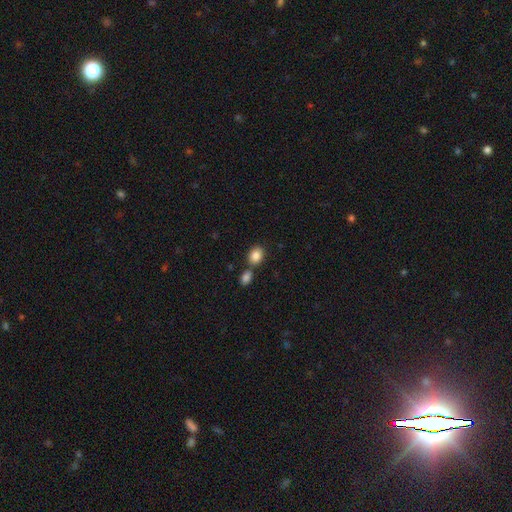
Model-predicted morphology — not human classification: This appears to be a smooth galaxy with no disk features (86%) that is in between round and cigar-shaped (59%). Merging: none (58%).